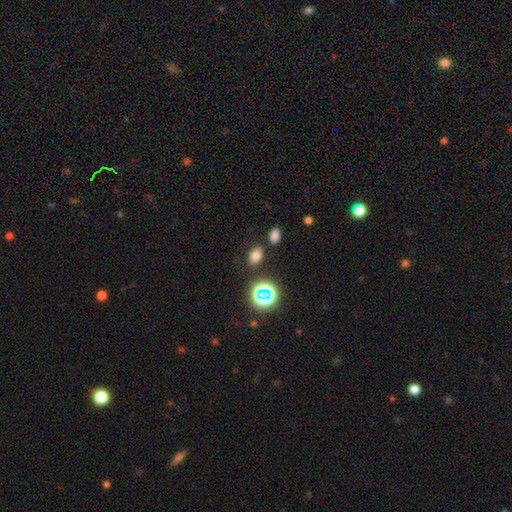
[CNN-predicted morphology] smooth_or_featured: smooth (p=0.70) [alt: star or artifact p=0.21]
how_rounded: in between (p=0.78) [alt: round p=0.20]
merging: none (p=0.82) [alt: minor disturbance p=0.09]